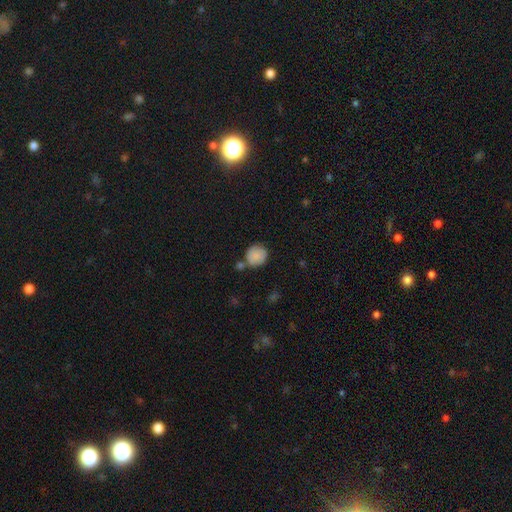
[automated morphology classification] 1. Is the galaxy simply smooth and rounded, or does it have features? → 85% smooth, 8% star or artifact, 7% featured or disk.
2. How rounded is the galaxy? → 79% round, 20% in between, 1% cigar-shaped.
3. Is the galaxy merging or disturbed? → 61% none, 17% merger, 17% minor disturbance, 5% major disturbance.